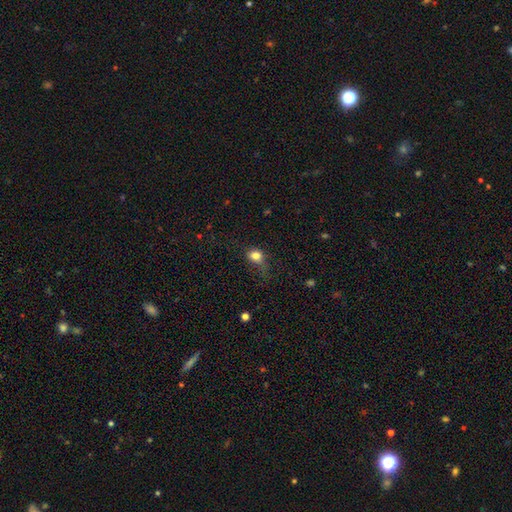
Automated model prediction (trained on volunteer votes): A smooth galaxy with no disk features (80%) that is round (53%).

Vote fractions:
- Smooth or featured? smooth: 80% / star or artifact: 12% / featured or disk: 8%
- How rounded? round: 53% / in between: 46% / cigar-shaped: 2%
- Merging? none: 48% / minor disturbance: 30% / major disturbance: 20% / merger: 2%